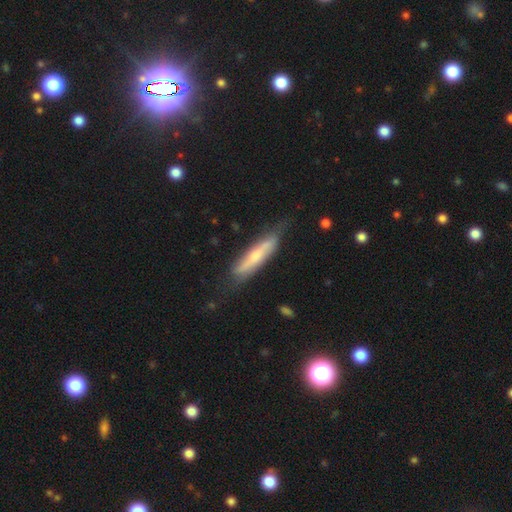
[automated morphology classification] The model was most divided on "smooth or featured": featured or disk: 53%, smooth: 42%, star or artifact: 6%. More confident: merging — none (67%); edge-on disk — yes (67%).